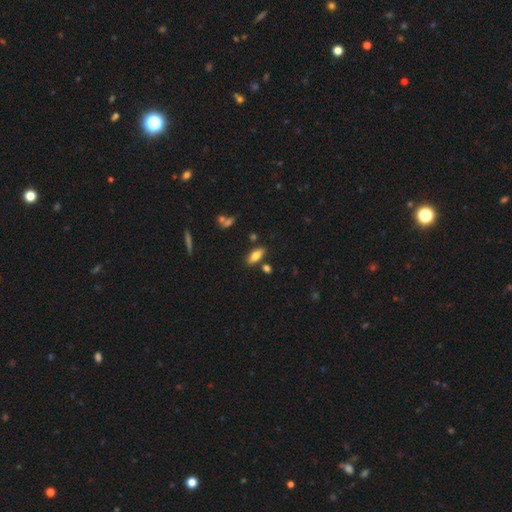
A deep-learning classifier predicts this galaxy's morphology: smooth_or_featured: smooth (p=0.79) [alt: featured or disk p=0.13]
how_rounded: in between (p=0.82) [alt: cigar-shaped p=0.16]
merging: none (p=0.80) [alt: minor disturbance p=0.11]